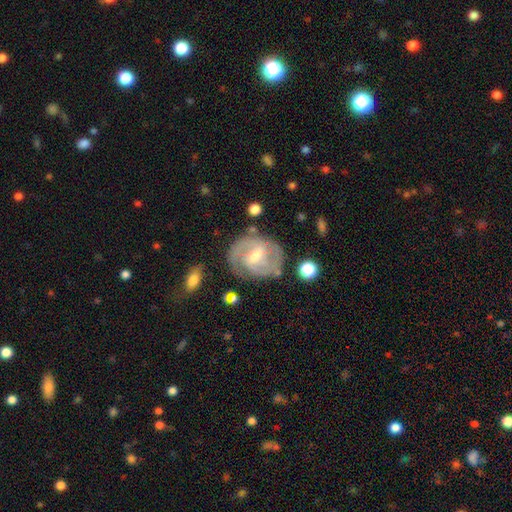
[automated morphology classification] This appears to be a featured or disk galaxy (83%) with a weak bar (53%), 2 (66%) medium (45%) spiral arms (94%) and a small central bulge (49%). Merging: none (74%).